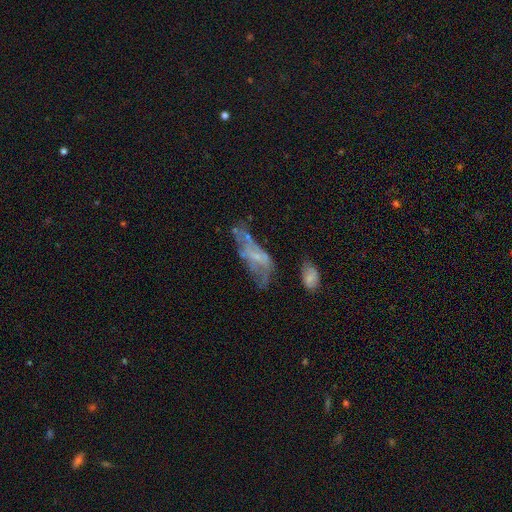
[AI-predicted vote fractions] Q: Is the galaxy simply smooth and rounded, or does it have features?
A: featured or disk — 58%.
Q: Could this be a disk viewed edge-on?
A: no — 87%.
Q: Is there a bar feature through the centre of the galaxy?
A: no — 61%.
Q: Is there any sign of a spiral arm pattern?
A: no — 67%.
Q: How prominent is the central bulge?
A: small — 43%.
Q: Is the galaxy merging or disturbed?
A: none — 34%.